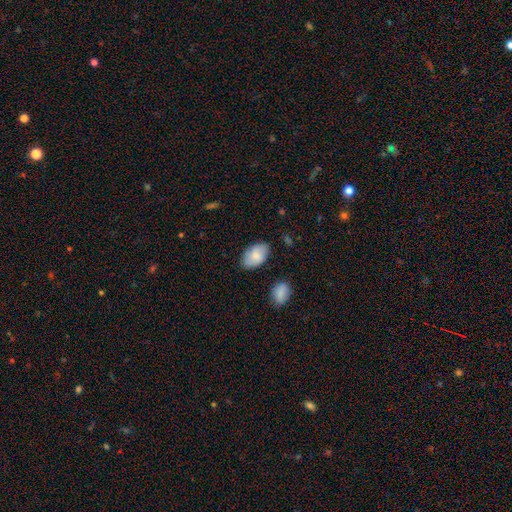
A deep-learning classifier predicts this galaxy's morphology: A smooth galaxy with no disk features (80%) that is in between round and cigar-shaped (93%). Merging: none (79%).